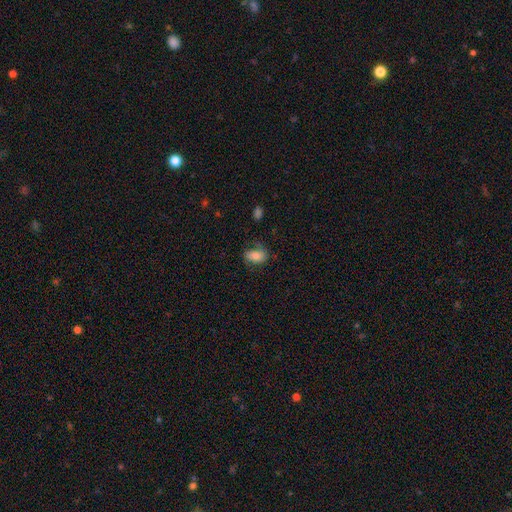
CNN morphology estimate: smooth_or_featured: smooth (p=0.71) [alt: featured or disk p=0.21]
how_rounded: in between (p=0.86) [alt: round p=0.12]
merging: none (p=0.62) [alt: minor disturbance p=0.24]